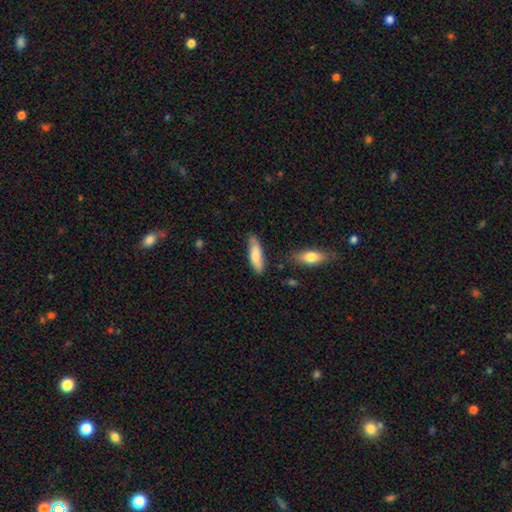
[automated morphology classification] smooth-or-featured: smooth: 75% | featured or disk: 19% | star or artifact: 6%
  how-rounded: cigar-shaped: 52% | in between: 46% | round: 2%
  merging: none: 71% | minor disturbance: 21% | major disturbance: 4% | merger: 4%